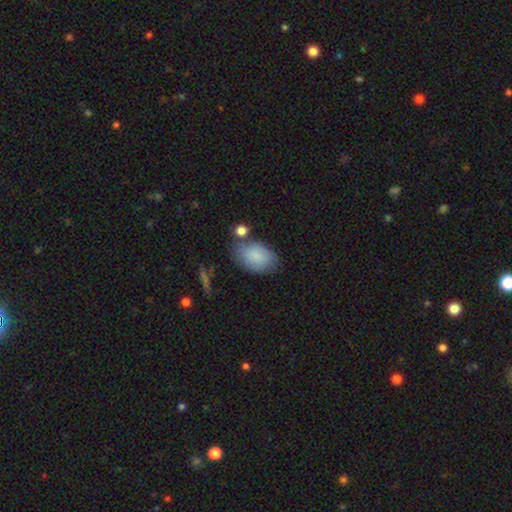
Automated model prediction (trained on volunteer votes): Morphology: type=smooth (83%); roundness=in between (87%); merging=none (62%).